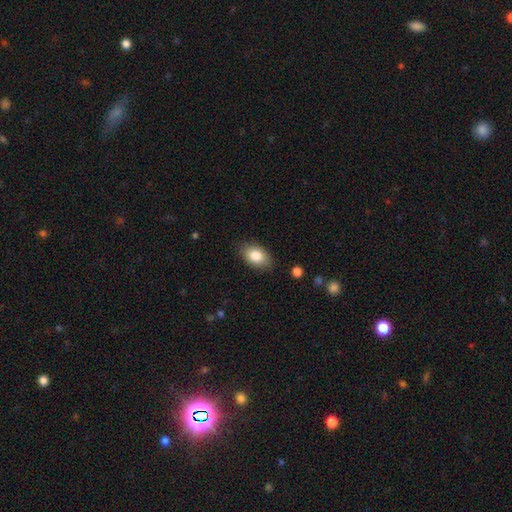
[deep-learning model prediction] This appears to be a smooth galaxy with no disk features (83%) that is in between round and cigar-shaped (90%). Merging: none (84%).